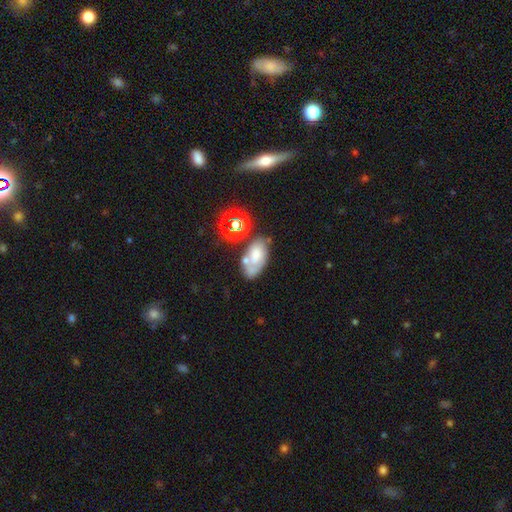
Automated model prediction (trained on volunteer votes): This appears to be a smooth galaxy with no disk features (52%) that is in between round and cigar-shaped (91%). Merging: none (45%).